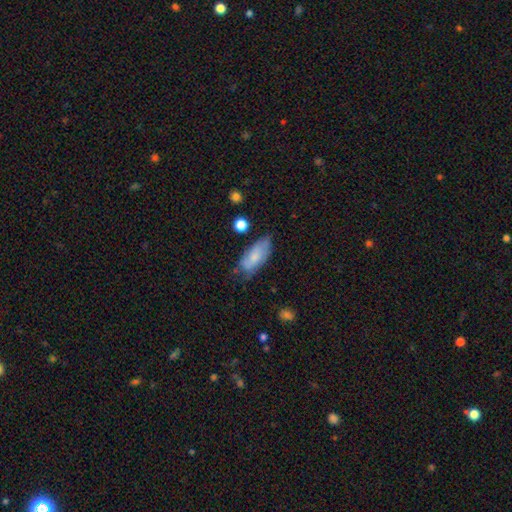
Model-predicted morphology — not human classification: A smooth galaxy with no disk features (68%) that is in between round and cigar-shaped (85%).

Vote fractions:
- Smooth or featured? smooth: 68% / featured or disk: 26% / star or artifact: 7%
- How rounded? in between: 85% / cigar-shaped: 13% / round: 2%
- Merging? none: 58% / minor disturbance: 31% / major disturbance: 8% / merger: 4%